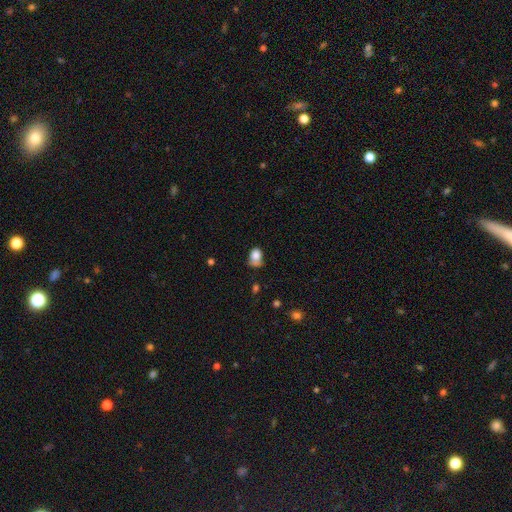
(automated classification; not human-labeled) A smooth galaxy with no disk features (79%) that is in between round and cigar-shaped (67%).

Vote fractions:
- Smooth or featured? smooth: 79% / featured or disk: 11% / star or artifact: 10%
- How rounded? in between: 67% / round: 32% / cigar-shaped: 1%
- Merging? minor disturbance: 40% / none: 33% / major disturbance: 20% / merger: 7%